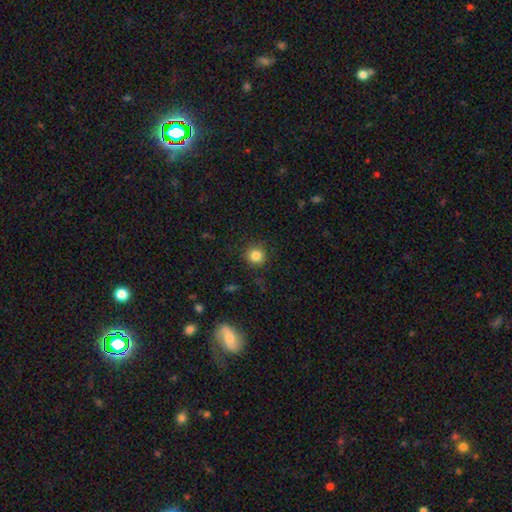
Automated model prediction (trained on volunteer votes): Q: Smooth or featured?
A: smooth (83%); runner-up: star or artifact (12%)
Q: How rounded?
A: round (93%); runner-up: in between (6%)
Q: Merging?
A: none (89%); runner-up: minor disturbance (7%)